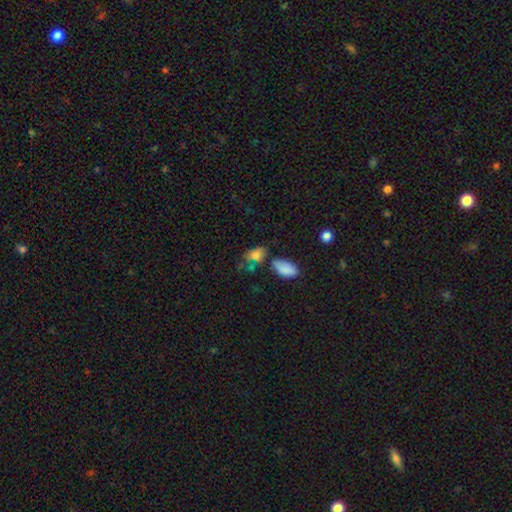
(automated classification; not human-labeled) The model was most divided on "merging": none: 39%, merger: 25%, minor disturbance: 22%, major disturbance: 13%. More confident: how rounded — in between (85%); smooth or featured — smooth (77%).